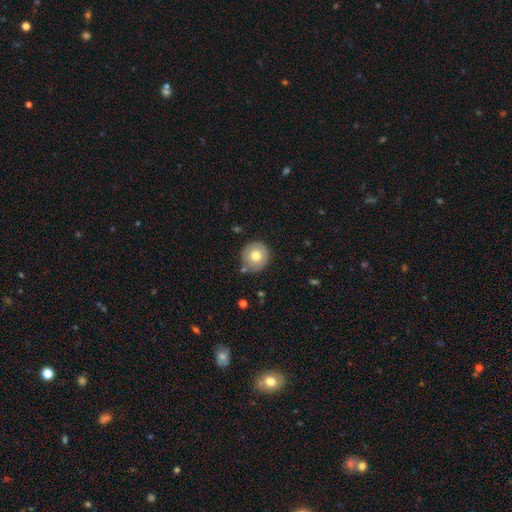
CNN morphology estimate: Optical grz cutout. It shows a smooth galaxy with no disk features (70%) that is round (93%). Merging: none (77%).